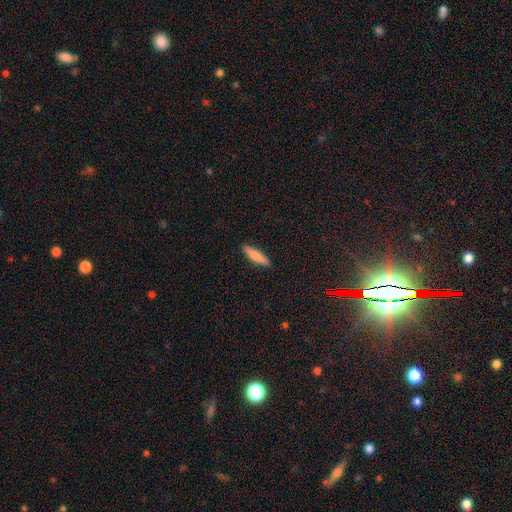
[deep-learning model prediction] This is likely a smooth galaxy (79%). How rounded: likely cigar-shaped (77%). Merging: clearly none (90%).